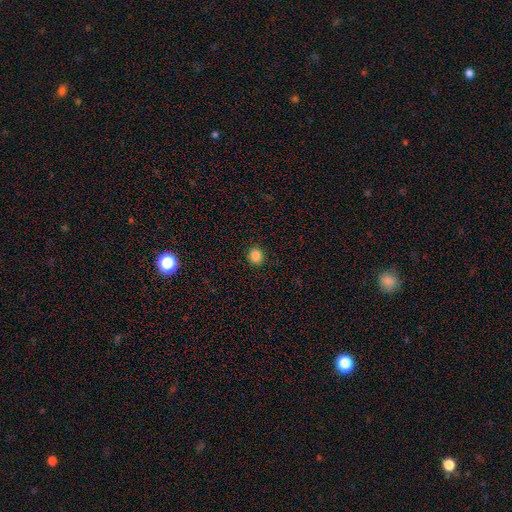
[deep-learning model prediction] This is clearly a smooth galaxy (85%). How rounded: clearly round (86%). Merging: clearly none (91%).